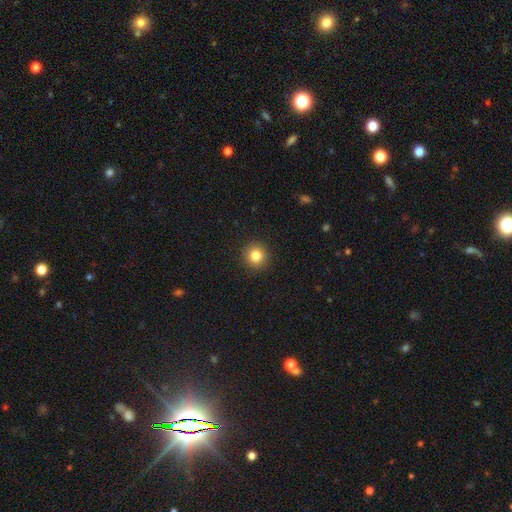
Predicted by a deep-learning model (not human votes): Overall: smooth (83%). How rounded: round (94%). Merging: none (92%).